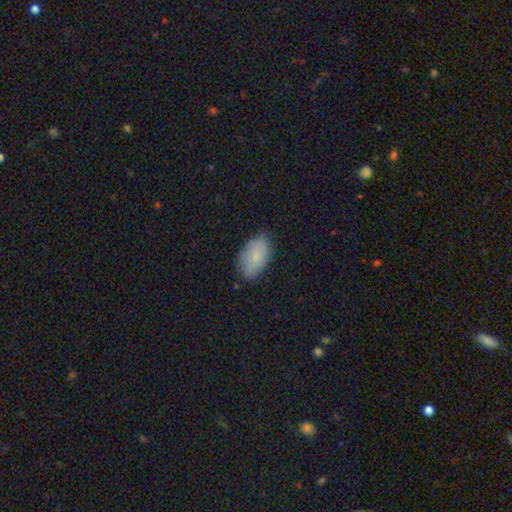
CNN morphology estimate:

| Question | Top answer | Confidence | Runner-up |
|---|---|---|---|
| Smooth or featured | smooth | 77% | featured or disk (16%) |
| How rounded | in between | 93% | round (5%) |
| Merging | none | 79% | minor disturbance (17%) |